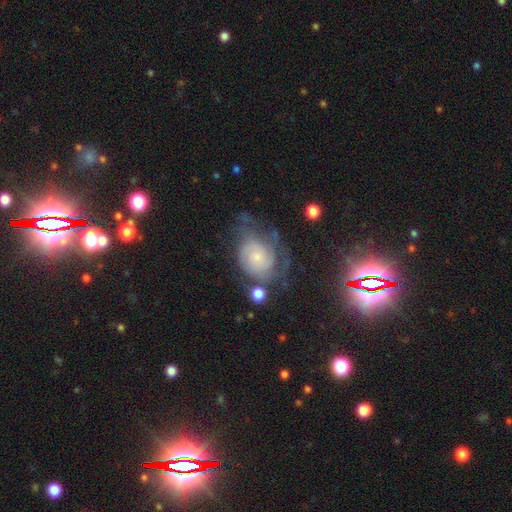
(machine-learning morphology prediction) type=featured or disk (63%); edge-on=no (97%); bar=no (78%); spiral arms=yes (82%); bulge=small (66%); merging=none (43%).